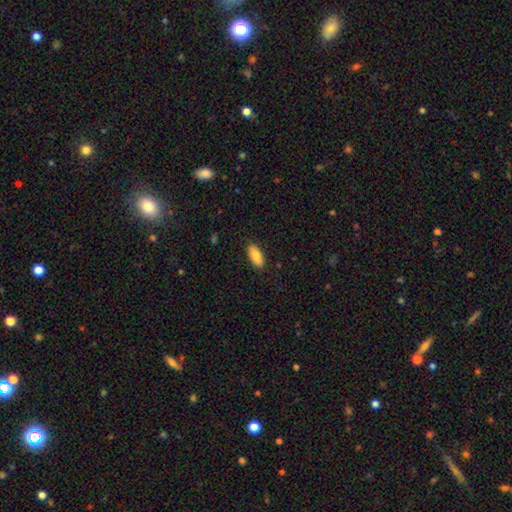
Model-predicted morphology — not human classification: smooth 85%, featured or disk 9%, star or artifact 6%. Down the decision tree: how rounded — in between (88%); merging — none (88%).